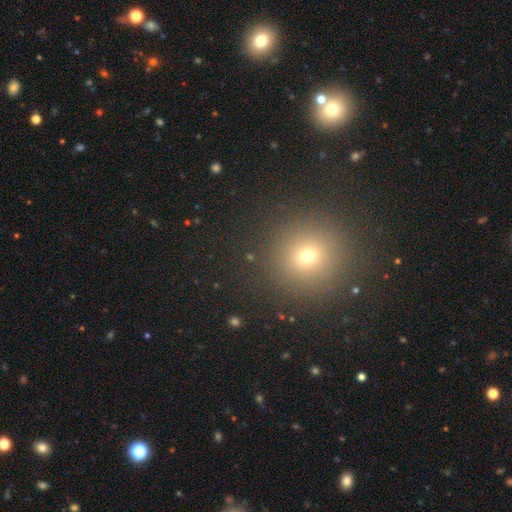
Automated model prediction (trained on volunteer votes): The model was most divided on "smooth or featured": smooth: 58%, star or artifact: 33%, featured or disk: 8%. More confident: how rounded — round (92%); merging — none (90%).